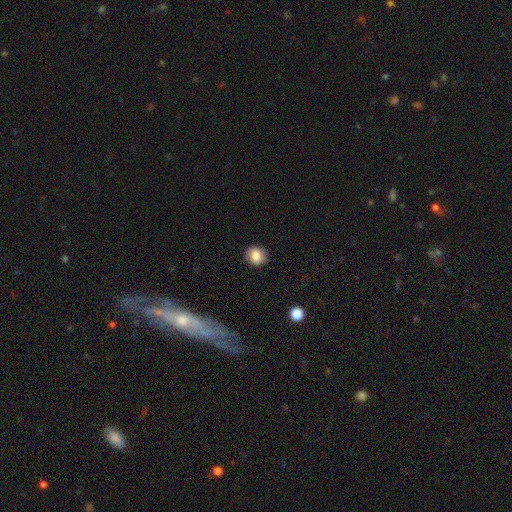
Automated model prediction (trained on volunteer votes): This is clearly a smooth galaxy (80%). How rounded: likely round (71%). Merging: clearly none (87%).